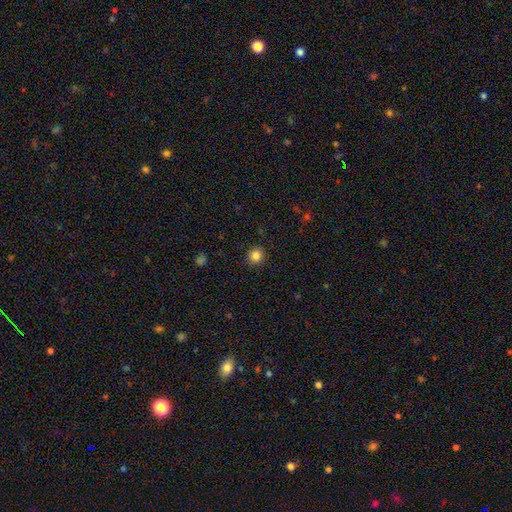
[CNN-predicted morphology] Smooth or featured? Predicted: smooth (p=0.84). How rounded? Predicted: round (p=0.87). Merging? Predicted: none (p=0.90).